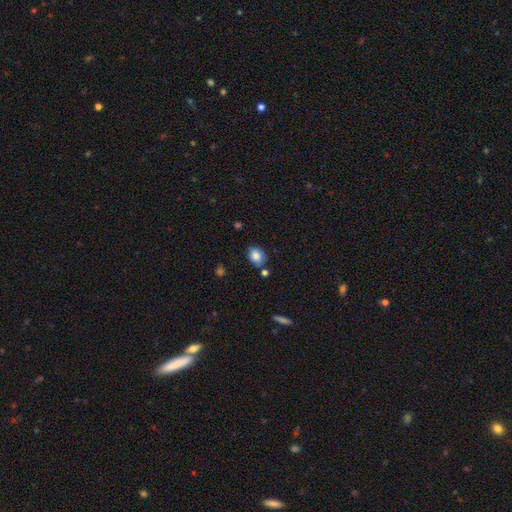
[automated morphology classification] A smooth galaxy with no disk features (83%) that is in between round and cigar-shaped (54%).

Vote fractions:
- Smooth or featured? smooth: 83% / star or artifact: 9% / featured or disk: 8%
- How rounded? in between: 54% / round: 45% / cigar-shaped: 1%
- Merging? none: 72% / minor disturbance: 17% / merger: 8% / major disturbance: 4%